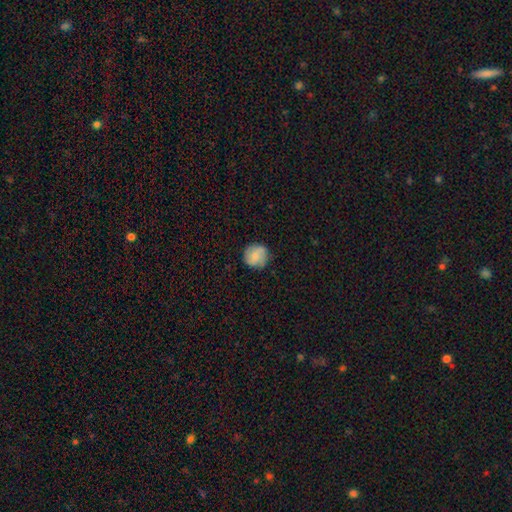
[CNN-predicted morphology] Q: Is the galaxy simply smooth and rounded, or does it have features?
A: smooth — 62%.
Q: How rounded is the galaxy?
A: round — 91%.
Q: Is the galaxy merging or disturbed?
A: none — 82%.